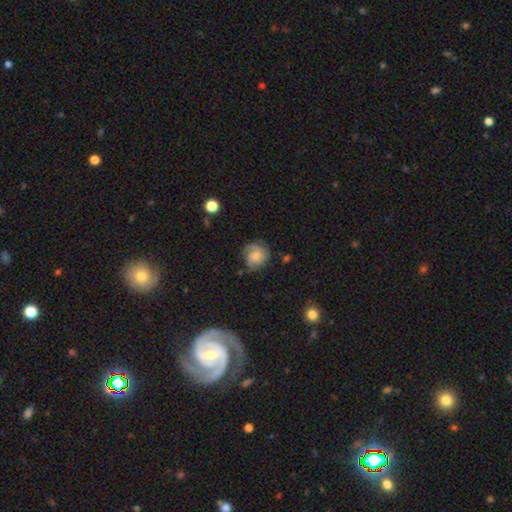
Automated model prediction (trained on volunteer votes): Smooth or featured?
  - smooth: 49% *
  - featured or disk: 43%
  - star or artifact: 9%
Merging?
  - none: 65% *
  - minor disturbance: 24%
  - major disturbance: 9%
  - merger: 2%